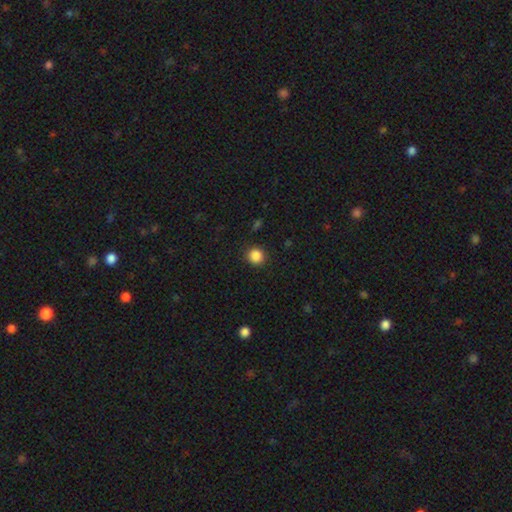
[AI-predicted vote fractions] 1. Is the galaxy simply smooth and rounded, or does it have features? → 87% smooth, 10% star or artifact, 3% featured or disk.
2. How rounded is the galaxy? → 91% round, 8% in between, 1% cigar-shaped.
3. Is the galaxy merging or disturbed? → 91% none, 6% minor disturbance, 2% major disturbance, 1% merger.